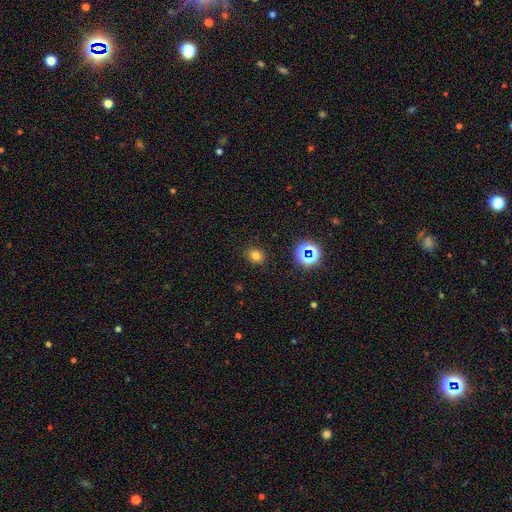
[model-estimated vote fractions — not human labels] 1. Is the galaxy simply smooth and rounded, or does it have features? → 74% smooth, 20% star or artifact, 7% featured or disk.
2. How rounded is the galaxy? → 59% round, 40% in between, 1% cigar-shaped.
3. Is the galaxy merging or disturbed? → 88% none, 8% minor disturbance, 3% major disturbance, 1% merger.